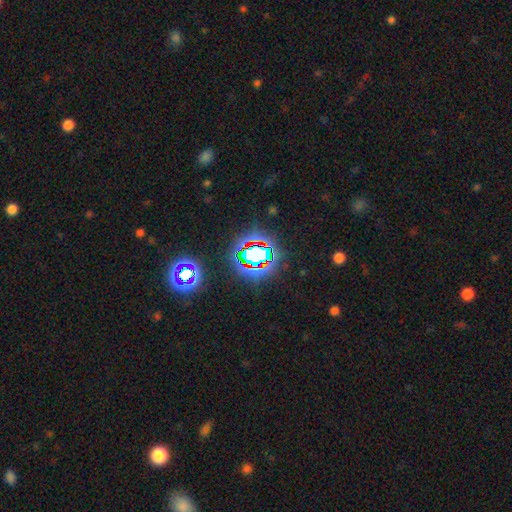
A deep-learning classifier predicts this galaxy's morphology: Q: Smooth or featured?
A: star or artifact (69%); runner-up: smooth (20%)